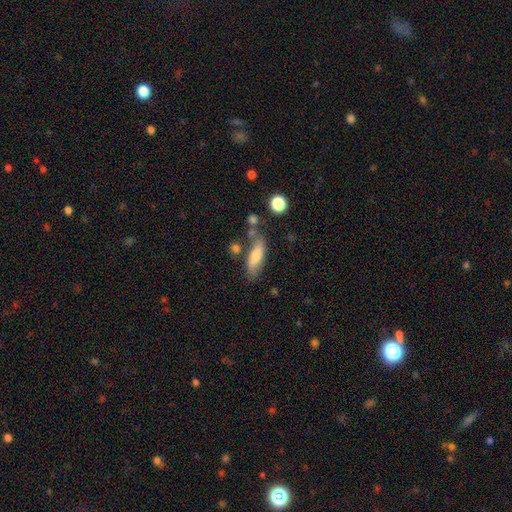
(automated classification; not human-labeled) The model was most divided on "how rounded": in between: 54%, cigar-shaped: 43%, round: 4%. More confident: smooth or featured — smooth (62%); merging — none (61%).